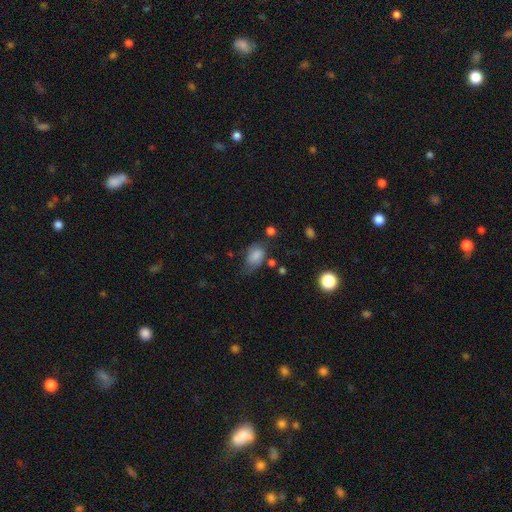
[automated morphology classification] Overall: smooth (75%). How rounded: in between (83%). Merging: none (45%; minor disturbance 34%).